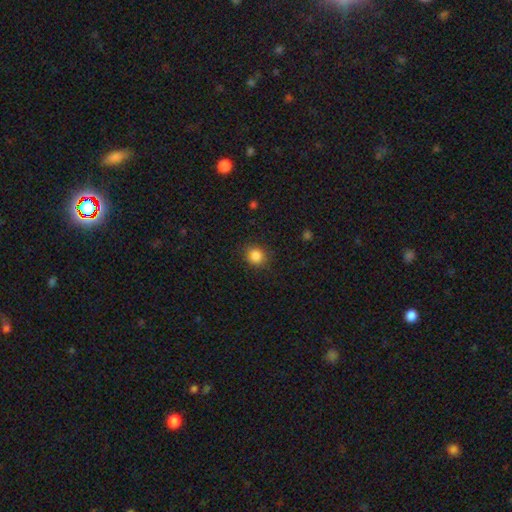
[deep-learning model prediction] Smooth or featured?
  - smooth: 86% *
  - star or artifact: 11%
  - featured or disk: 4%
How rounded?
  - round: 81% *
  - in between: 18%
  - cigar-shaped: 1%
Merging?
  - none: 85% *
  - minor disturbance: 11%
  - major disturbance: 3%
  - merger: 1%